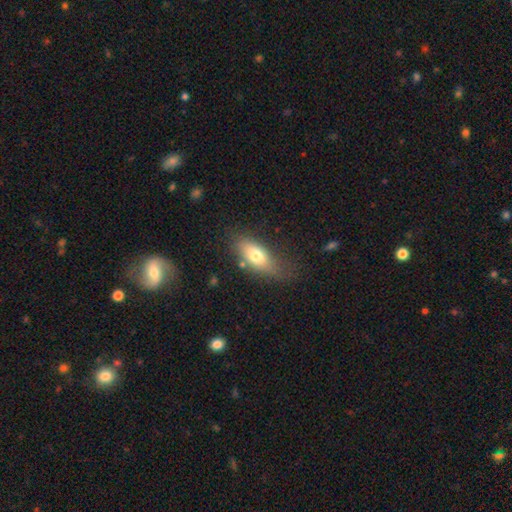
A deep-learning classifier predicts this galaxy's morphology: This appears to be a smooth galaxy with no disk features (72%) that is in between round and cigar-shaped (83%). Merging: none (58%).